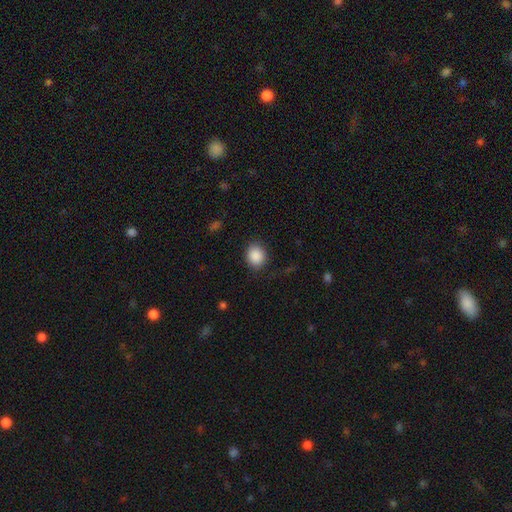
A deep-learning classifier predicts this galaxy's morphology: Smooth or featured? Predicted: smooth (p=0.89). How rounded? Predicted: round (p=0.73). Merging? Predicted: none (p=0.84).